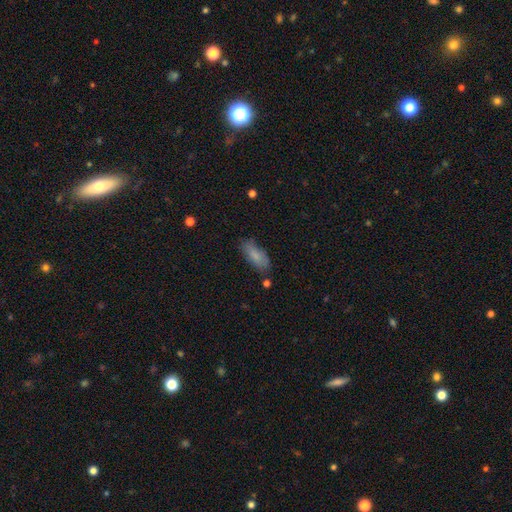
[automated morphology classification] Smooth or featured? smooth (82%)
How rounded? in between (76%)
Merging? none (76%)